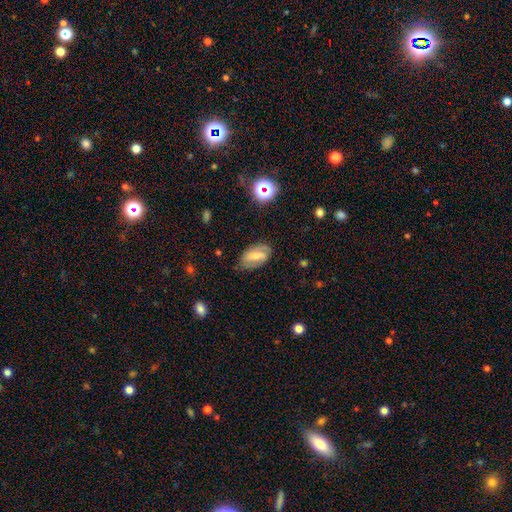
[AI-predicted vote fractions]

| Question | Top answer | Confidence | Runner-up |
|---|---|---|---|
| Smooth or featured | featured or disk | 52% | smooth (38%) |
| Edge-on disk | no | 94% | yes (6%) |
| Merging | none | 69% | minor disturbance (23%) |